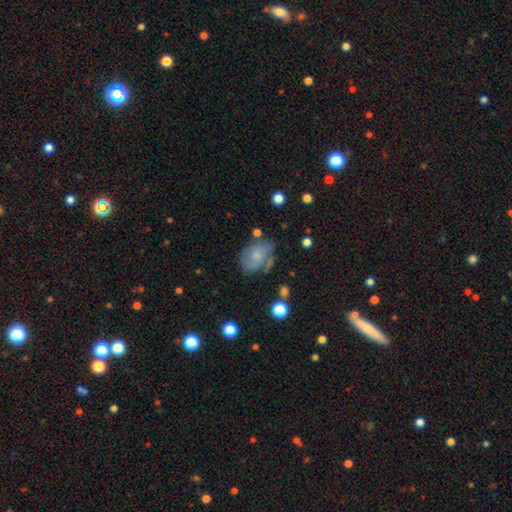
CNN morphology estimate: This appears to be a smooth galaxy with no disk features (52%) that is in between round and cigar-shaped (72%). Merging: none (56%).